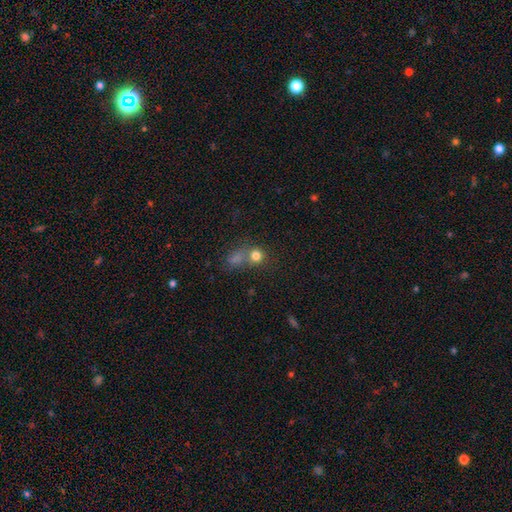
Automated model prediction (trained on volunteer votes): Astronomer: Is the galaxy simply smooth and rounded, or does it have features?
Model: smooth — 77%.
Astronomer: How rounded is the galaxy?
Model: round — 85%.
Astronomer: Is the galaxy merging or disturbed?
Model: none — 51% (runner-up: merger, 35%).